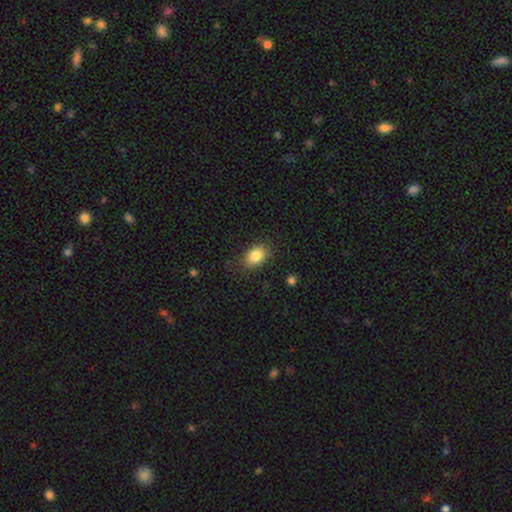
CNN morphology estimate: Smooth or featured: smooth — 84% (star or artifact — 8%)
How rounded: in between — 80% (round — 18%)
Merging: none — 79% (minor disturbance — 15%)